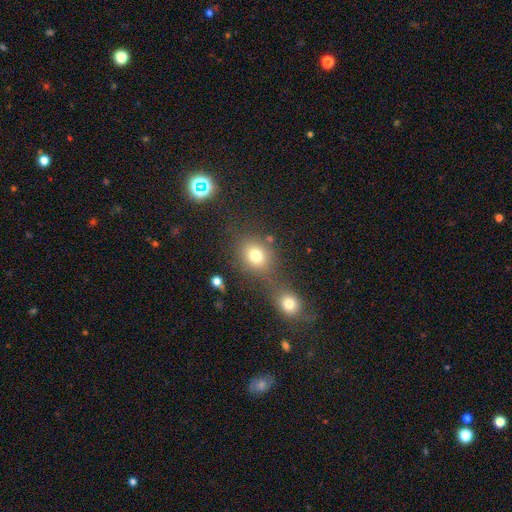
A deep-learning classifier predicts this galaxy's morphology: This is likely a smooth galaxy (75%). How rounded: likely round (69%). Merging: possibly none (55%).